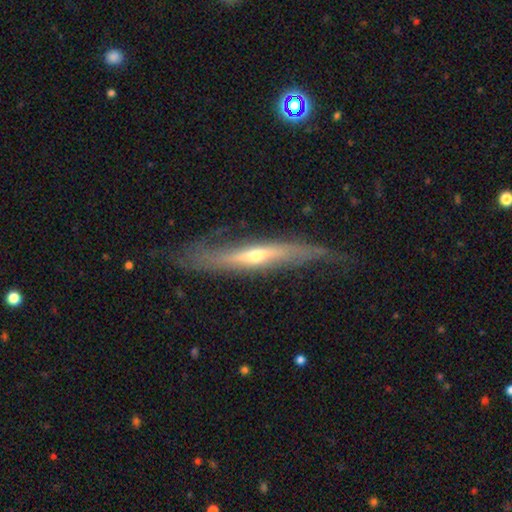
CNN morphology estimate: A featured or disk galaxy (74%) viewed edge-on (76%) with a rounded central bulge (76%). Merging: none (62%).